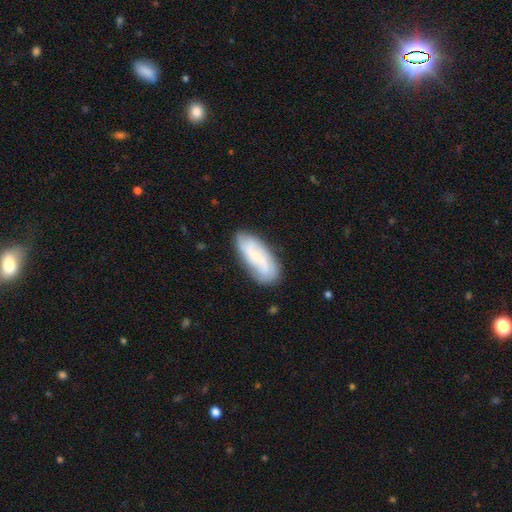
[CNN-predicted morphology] Q: Smooth or featured?
A: smooth (49%); runner-up: featured or disk (43%)
Q: Merging?
A: none (75%); runner-up: minor disturbance (17%)